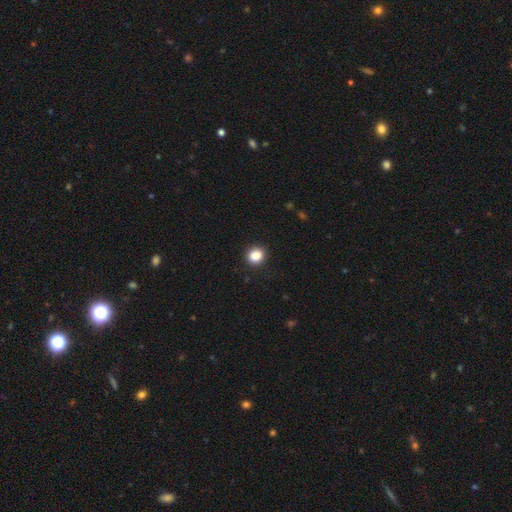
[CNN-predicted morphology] Smooth or featured? smooth (87%)
How rounded? round (73%)
Merging? none (89%)